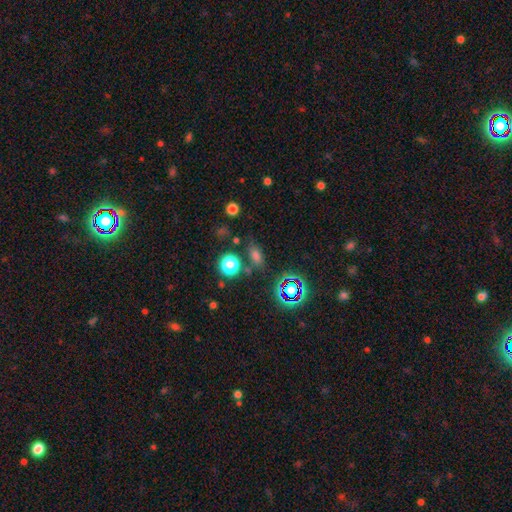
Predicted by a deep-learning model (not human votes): Morphology: type=smooth (64%); roundness=in between (70%); merging=none (75%).